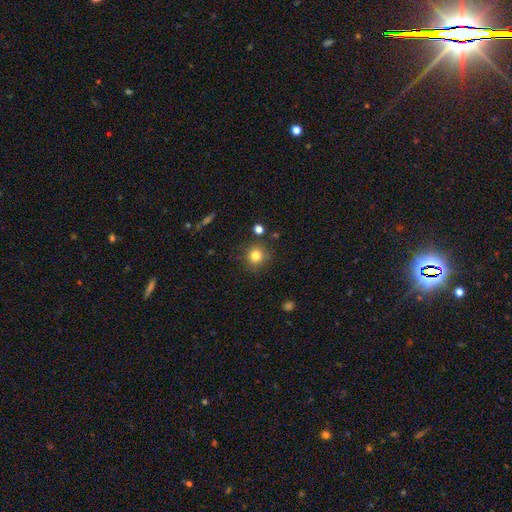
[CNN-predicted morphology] Overall: smooth (82%). How rounded: round (90%). Merging: none (83%).